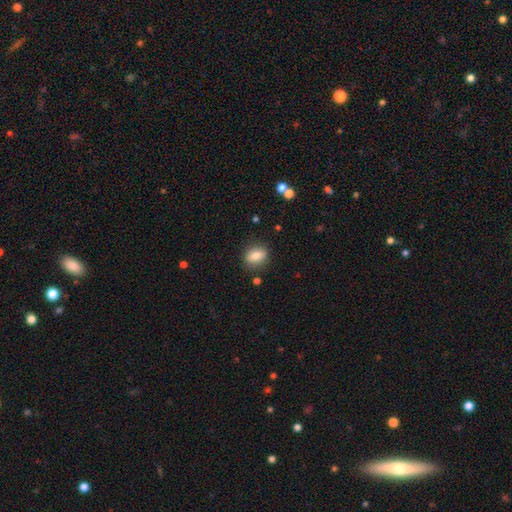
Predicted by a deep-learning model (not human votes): Q: Smooth or featured?
A: smooth (75%); runner-up: featured or disk (17%)
Q: How rounded?
A: in between (64%); runner-up: round (30%)
Q: Merging?
A: none (84%); runner-up: minor disturbance (11%)